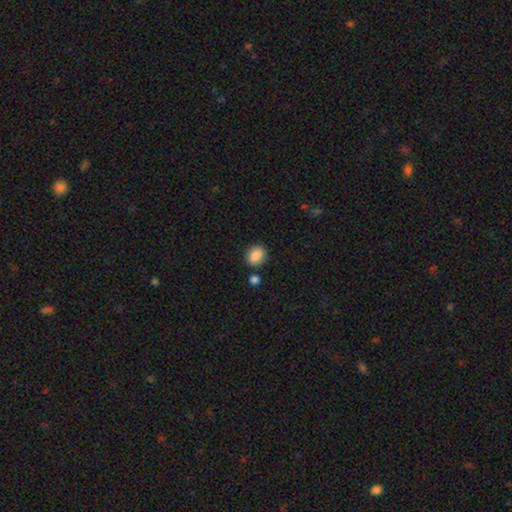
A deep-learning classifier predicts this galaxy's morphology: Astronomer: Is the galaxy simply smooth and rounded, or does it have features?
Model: smooth — 87%.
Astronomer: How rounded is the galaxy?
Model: round — 57% (runner-up: in between, 42%).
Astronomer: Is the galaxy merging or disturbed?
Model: none — 79%.